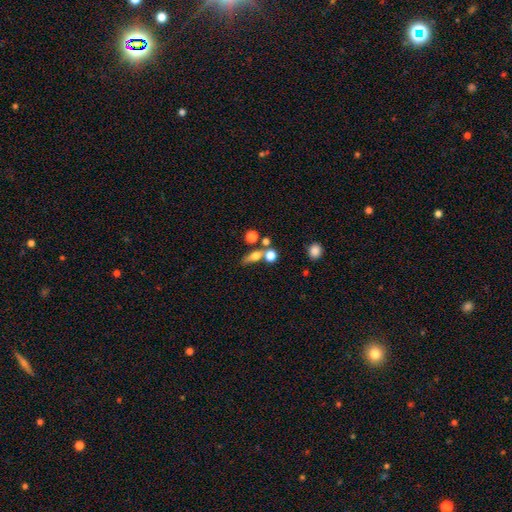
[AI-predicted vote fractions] A smooth galaxy with no disk features (65%) that is in between round and cigar-shaped (44%). Merging: none (47%).